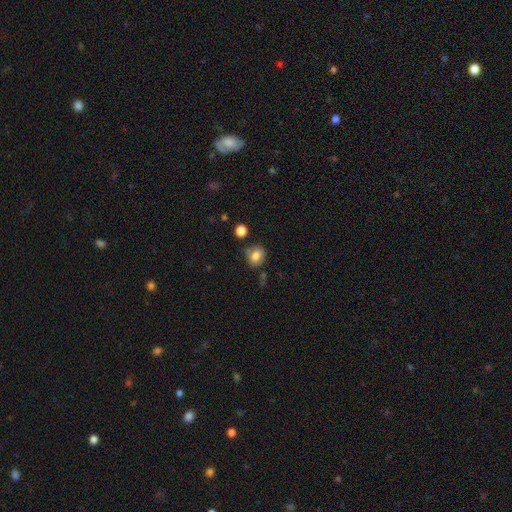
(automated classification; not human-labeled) Smooth or featured? smooth (78%)
How rounded? round (58%)
Merging? none (69%)